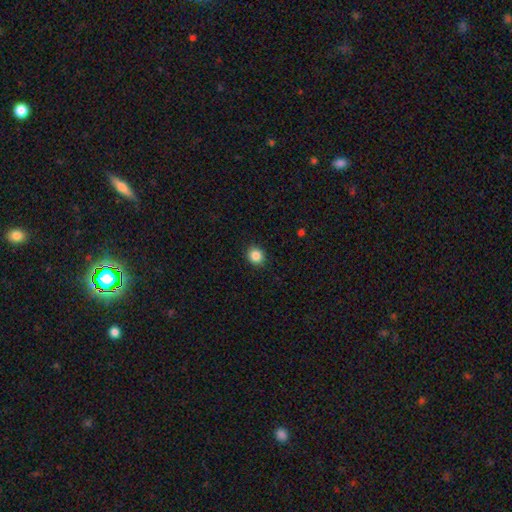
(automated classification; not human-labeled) A smooth galaxy with no disk features (86%) that is round (84%). Merging: none (91%).